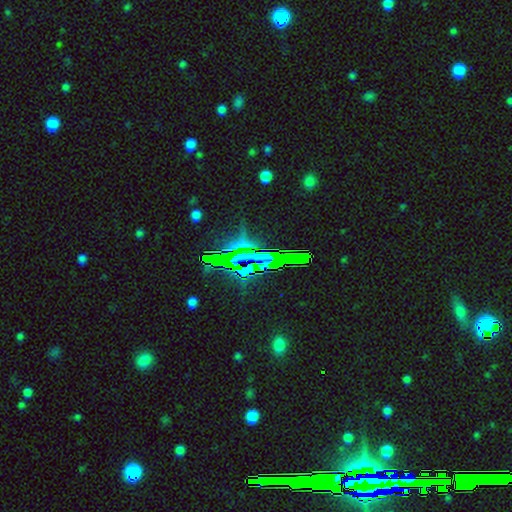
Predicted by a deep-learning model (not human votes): A star or artifact, not a galaxy (76%).

Vote fractions:
- Smooth or featured? star or artifact: 76% / smooth: 12% / featured or disk: 12%